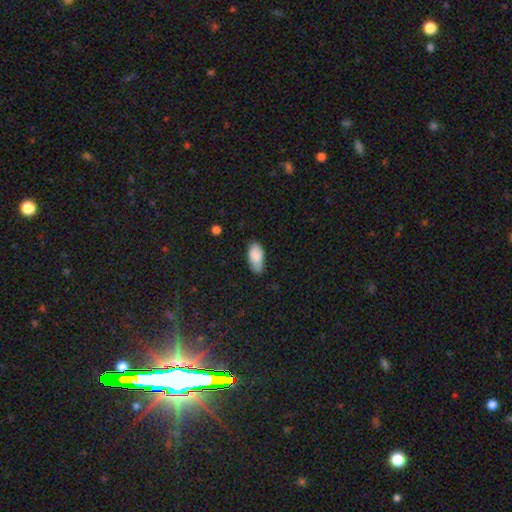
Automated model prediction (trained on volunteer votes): A smooth galaxy with no disk features (86%) that is in between round and cigar-shaped (92%).

Vote fractions:
- Smooth or featured? smooth: 86% / featured or disk: 7% / star or artifact: 7%
- How rounded? in between: 92% / cigar-shaped: 5% / round: 3%
- Merging? none: 65% / minor disturbance: 28% / major disturbance: 5% / merger: 2%